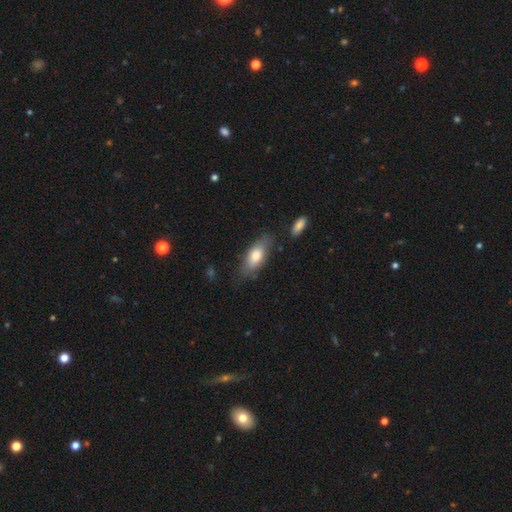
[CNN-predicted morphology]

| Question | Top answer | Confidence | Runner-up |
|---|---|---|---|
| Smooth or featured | smooth | 74% | featured or disk (20%) |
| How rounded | in between | 77% | cigar-shaped (20%) |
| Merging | none | 73% | minor disturbance (18%) |